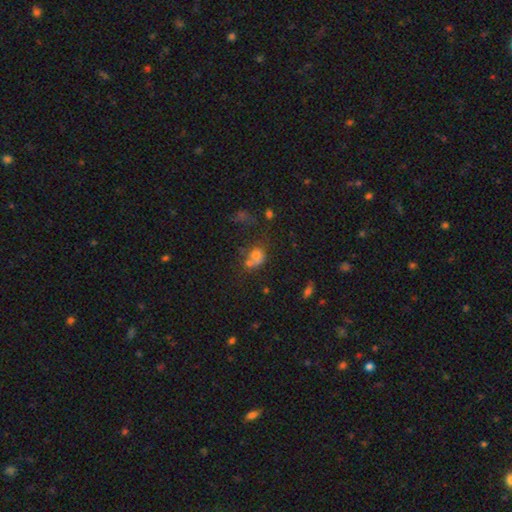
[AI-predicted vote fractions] Smooth or featured? Predicted: smooth (p=0.65). How rounded? Predicted: round (p=0.62). Merging? Predicted: merger (p=0.42).